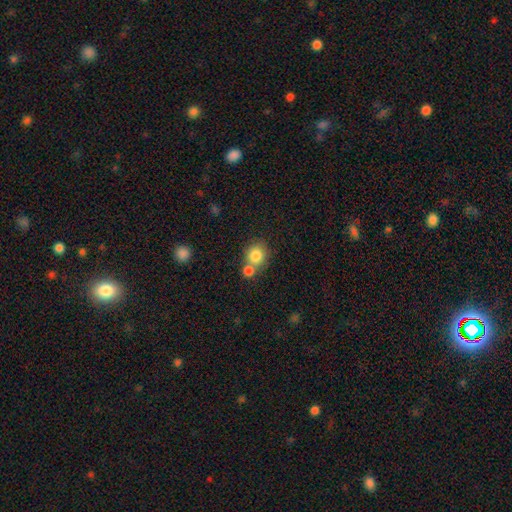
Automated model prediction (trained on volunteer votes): smooth 82%, star or artifact 10%, featured or disk 8%. Down the decision tree: how rounded — round (82%); merging — none (52%).